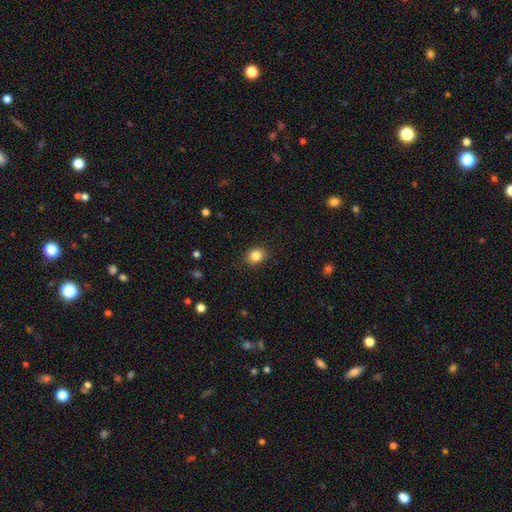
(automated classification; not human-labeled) Smooth or featured: smooth — 84% (star or artifact — 10%)
How rounded: round — 57% (in between — 43%)
Merging: none — 87% (minor disturbance — 10%)